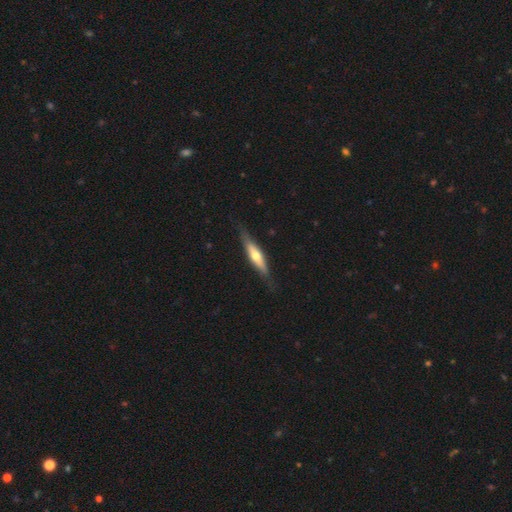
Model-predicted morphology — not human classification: smooth-or-featured: featured or disk: 52% | smooth: 43% | star or artifact: 5%
  disk-edge-on: yes: 89% | no: 11%
  merging: none: 81% | minor disturbance: 15% | major disturbance: 3% | merger: 1%